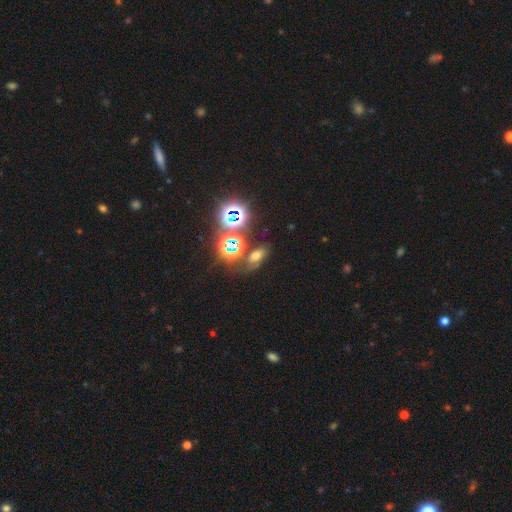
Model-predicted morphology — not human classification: smooth-or-featured: smooth: 43% | star or artifact: 42% | featured or disk: 15%
  merging: none: 67% | minor disturbance: 16% | merger: 10% | major disturbance: 8%